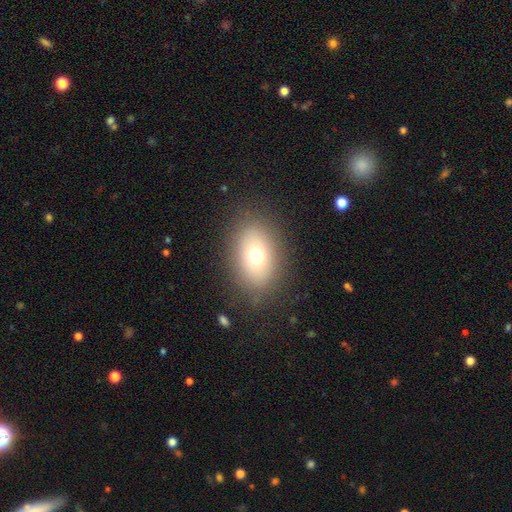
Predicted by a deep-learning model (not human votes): Q: Smooth or featured?
A: smooth (70%); runner-up: featured or disk (18%)
Q: How rounded?
A: in between (79%); runner-up: round (20%)
Q: Merging?
A: none (83%); runner-up: minor disturbance (11%)